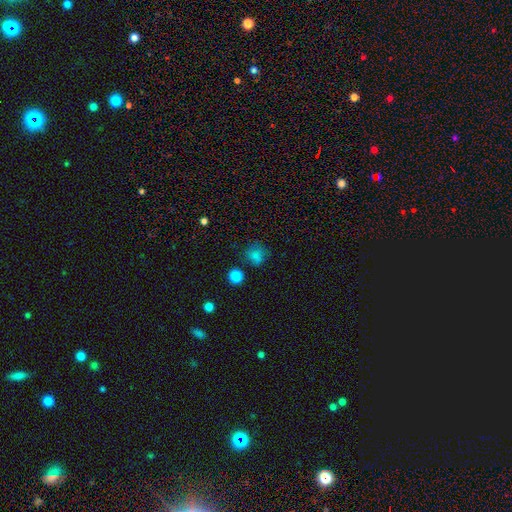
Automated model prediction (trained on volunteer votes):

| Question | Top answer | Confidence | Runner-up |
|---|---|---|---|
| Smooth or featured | smooth | 74% | star or artifact (17%) |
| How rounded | round | 82% | in between (17%) |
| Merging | none | 69% | minor disturbance (19%) |